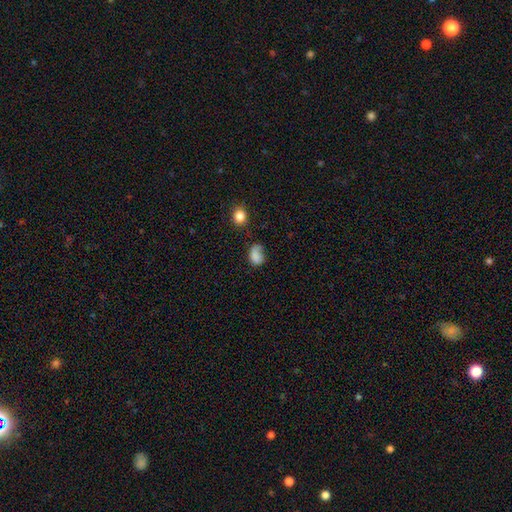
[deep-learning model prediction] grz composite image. It shows a smooth galaxy with no disk features (80%) that is in between round and cigar-shaped (74%). Merging: none (42%).